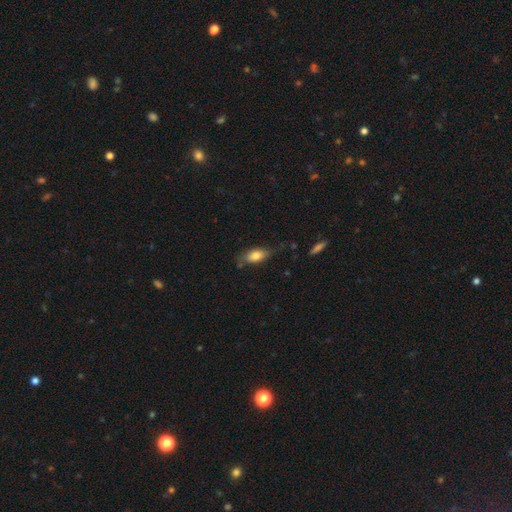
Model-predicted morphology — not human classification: Q: Smooth or featured?
A: smooth (75%); runner-up: featured or disk (18%)
Q: How rounded?
A: in between (81%); runner-up: cigar-shaped (16%)
Q: Merging?
A: none (62%); runner-up: minor disturbance (27%)